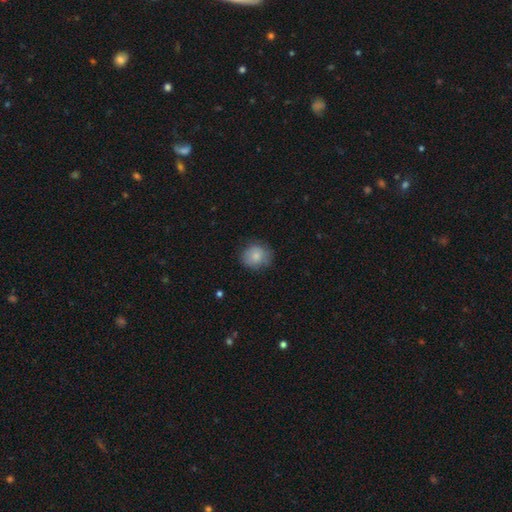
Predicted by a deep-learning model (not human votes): Morphology: type=smooth (81%); roundness=round (81%); merging=none (76%).